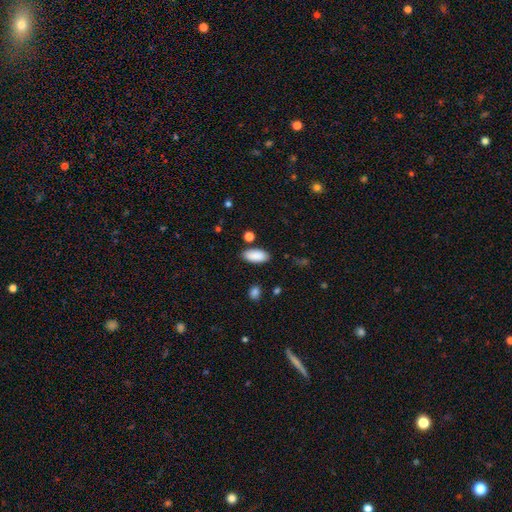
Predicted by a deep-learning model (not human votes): This is clearly a smooth galaxy (89%). How rounded: clearly in between (90%). Merging: clearly none (85%).